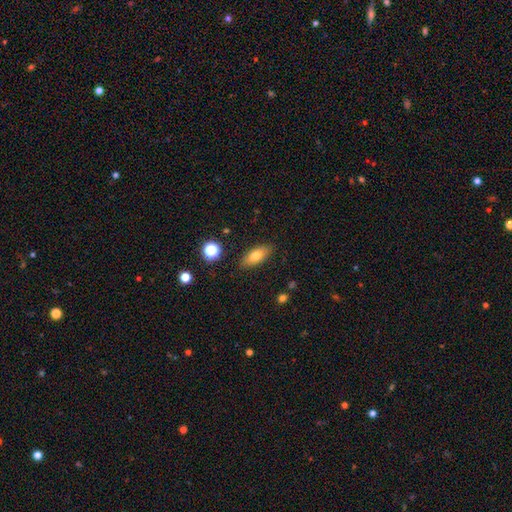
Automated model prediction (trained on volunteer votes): smooth_or_featured: smooth (p=0.75) [alt: featured or disk p=0.16]
how_rounded: in between (p=0.78) [alt: cigar-shaped p=0.17]
merging: none (p=0.87) [alt: minor disturbance p=0.09]